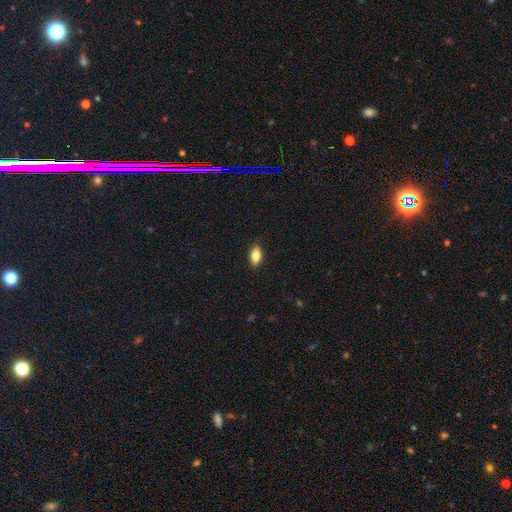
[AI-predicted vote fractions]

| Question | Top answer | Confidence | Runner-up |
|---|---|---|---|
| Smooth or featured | smooth | 80% | featured or disk (13%) |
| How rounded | in between | 88% | cigar-shaped (9%) |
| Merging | none | 89% | minor disturbance (9%) |